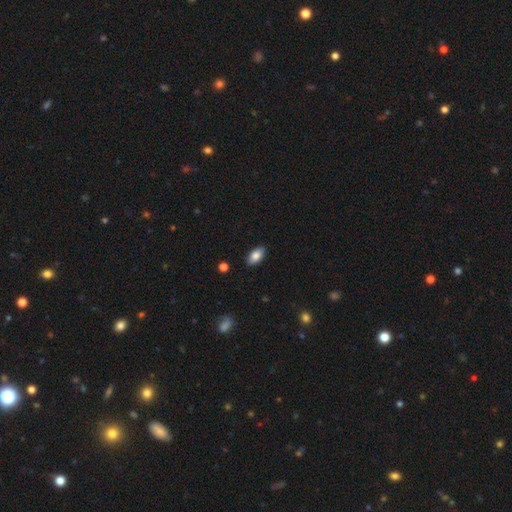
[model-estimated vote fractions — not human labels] Smooth or featured? Predicted: smooth (p=0.84). How rounded? Predicted: in between (p=0.92). Merging? Predicted: none (p=0.88).